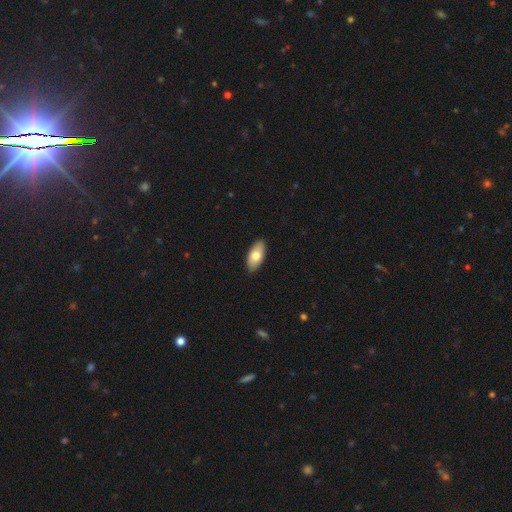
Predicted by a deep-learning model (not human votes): Q: Smooth or featured?
A: smooth (75%); runner-up: featured or disk (19%)
Q: How rounded?
A: in between (91%); runner-up: cigar-shaped (6%)
Q: Merging?
A: none (90%); runner-up: minor disturbance (8%)